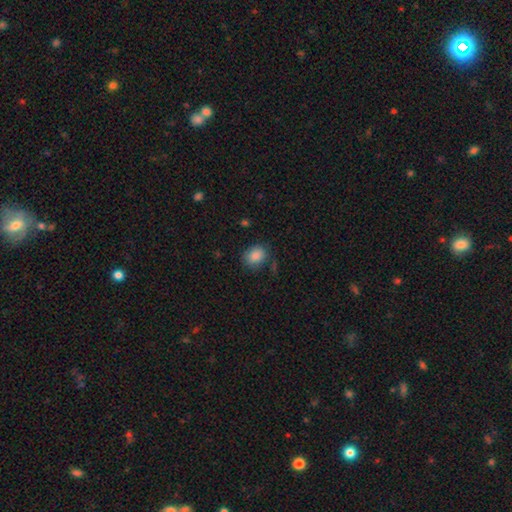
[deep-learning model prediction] smooth_or_featured: smooth (p=0.87) [alt: star or artifact p=0.09]
how_rounded: in between (p=0.53) [alt: round p=0.46]
merging: none (p=0.76) [alt: minor disturbance p=0.17]